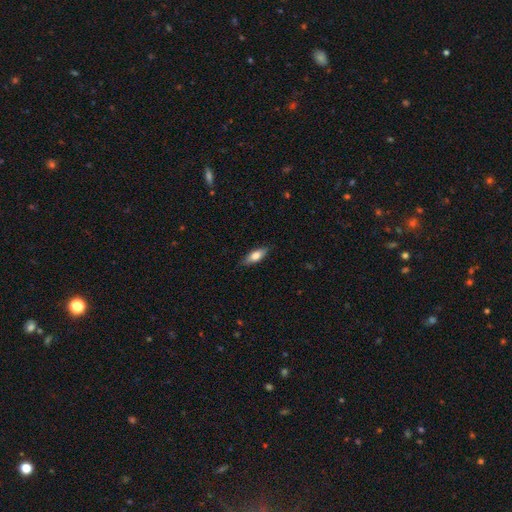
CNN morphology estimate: Smooth or featured?
  - smooth: 68% *
  - featured or disk: 25%
  - star or artifact: 6%
How rounded?
  - in between: 65% *
  - cigar-shaped: 32%
  - round: 3%
Merging?
  - none: 83% *
  - minor disturbance: 13%
  - major disturbance: 3%
  - merger: 1%